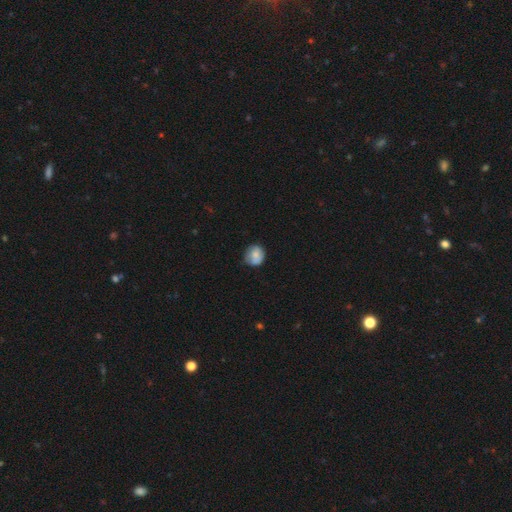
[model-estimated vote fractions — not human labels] Morphology: type=smooth (77%); roundness=round (76%); merging=none (62%).